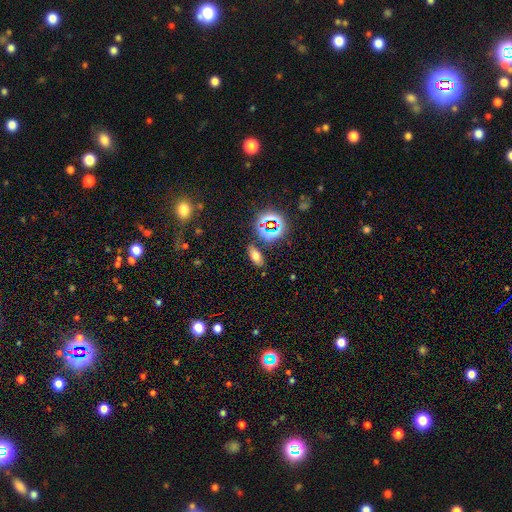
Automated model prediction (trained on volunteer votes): Overall: smooth (62%; star or artifact 24%). How rounded: in between (81%). Merging: none (81%).